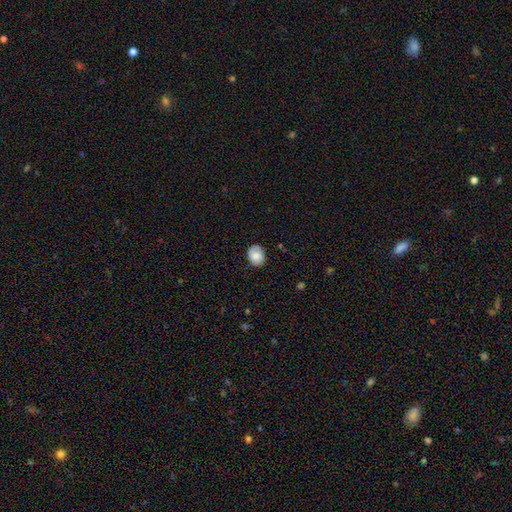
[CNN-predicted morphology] A smooth galaxy with no disk features (77%) that is in between round and cigar-shaped (50%). Merging: none (76%).